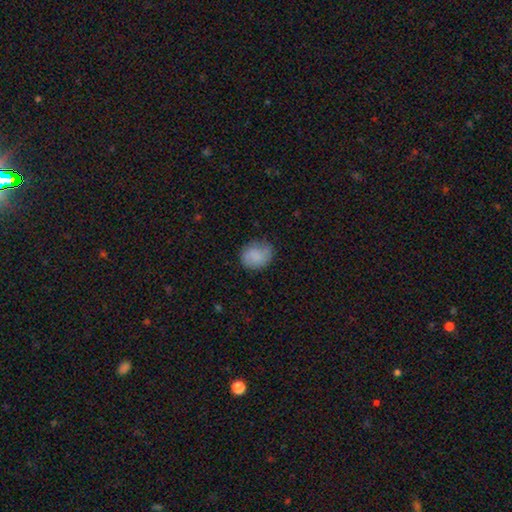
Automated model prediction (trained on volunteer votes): Smooth or featured? smooth (81%)
How rounded? round (61%)
Merging? none (69%)